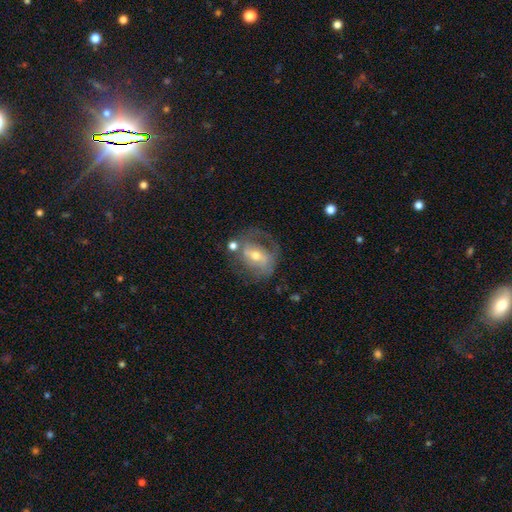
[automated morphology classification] Overall: featured or disk (67%). Edge-on disk: no (95%). Bar: weak (41%; strong 30%). Spiral arms: yes (67%; no 33%). Bulge size: moderate (58%; small 36%). Merging: none (47%; major disturbance 22%).